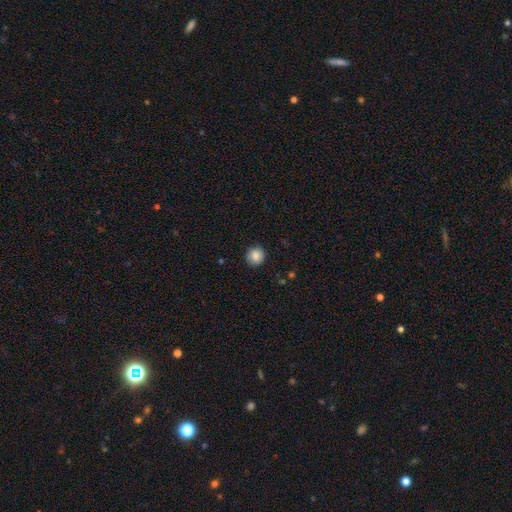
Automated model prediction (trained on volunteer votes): Smooth or featured?
  - smooth: 85% *
  - star or artifact: 9%
  - featured or disk: 6%
How rounded?
  - round: 89% *
  - in between: 10%
  - cigar-shaped: 1%
Merging?
  - none: 89% *
  - minor disturbance: 8%
  - major disturbance: 2%
  - merger: 1%